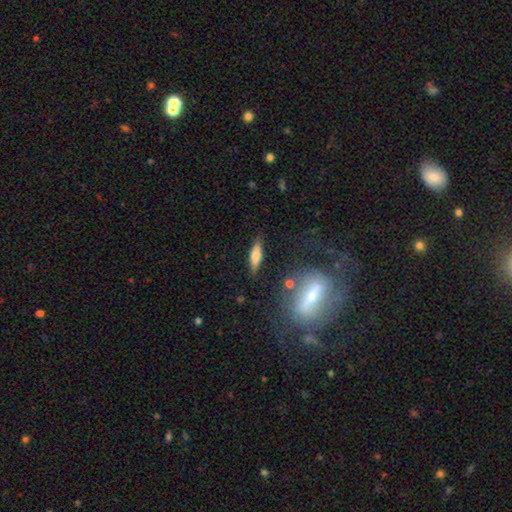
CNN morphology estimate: Smooth or featured? smooth (58%)
How rounded? cigar-shaped (59%)
Merging? none (81%)